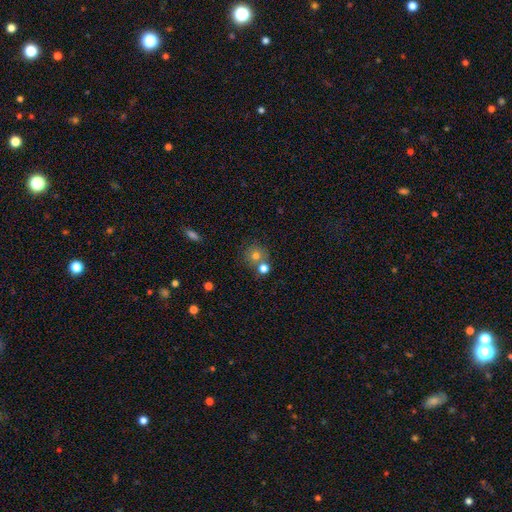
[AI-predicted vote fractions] Smooth or featured: smooth — 74% (star or artifact — 15%)
How rounded: round — 90% (in between — 9%)
Merging: none — 63% (merger — 26%)